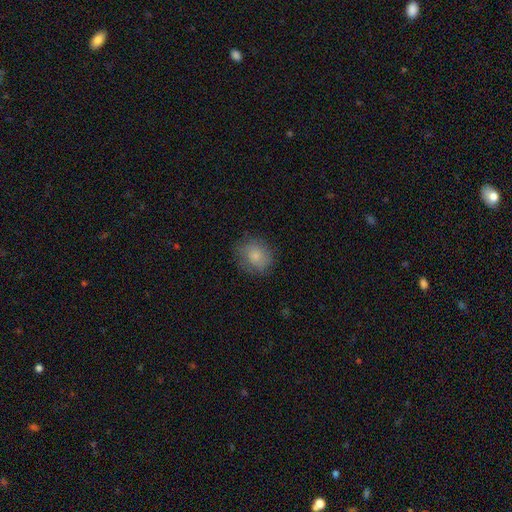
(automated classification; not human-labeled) A smooth galaxy with no disk features (79%) that is round (66%). Merging: none (76%).